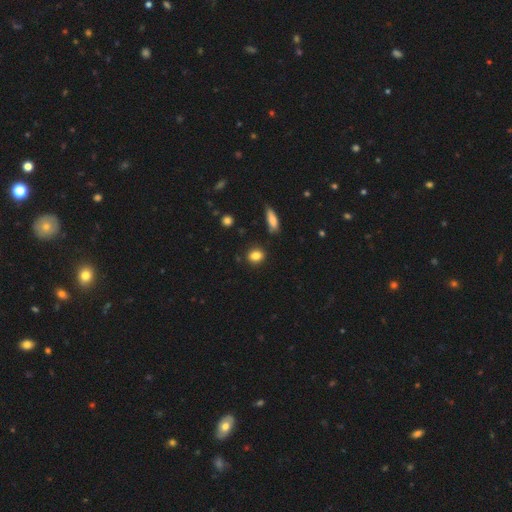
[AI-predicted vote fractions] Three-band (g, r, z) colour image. It shows a smooth galaxy with no disk features (85%) that is round (49%). Merging: none (85%).